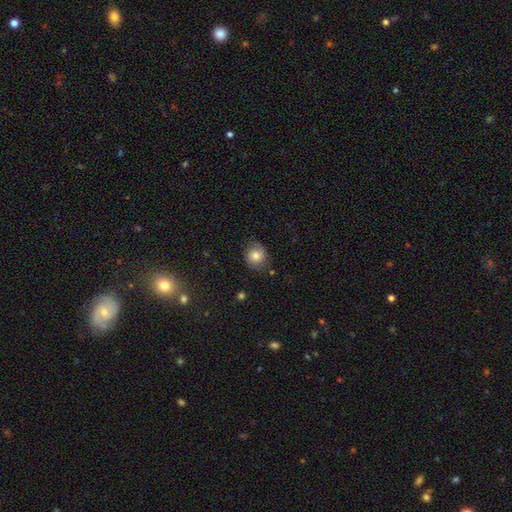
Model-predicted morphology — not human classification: smooth_or_featured: smooth (p=0.78) [alt: featured or disk p=0.11]
how_rounded: round (p=0.79) [alt: in between p=0.20]
merging: none (p=0.78) [alt: minor disturbance p=0.16]